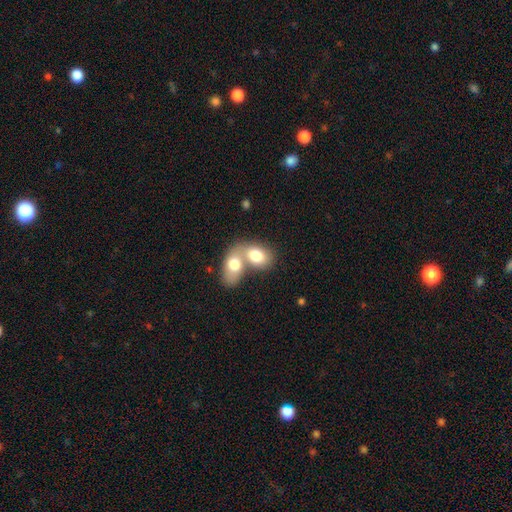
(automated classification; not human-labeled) Q: Smooth or featured?
A: smooth (75%); runner-up: featured or disk (19%)
Q: How rounded?
A: in between (81%); runner-up: round (17%)
Q: Merging?
A: merger (73%); runner-up: none (18%)